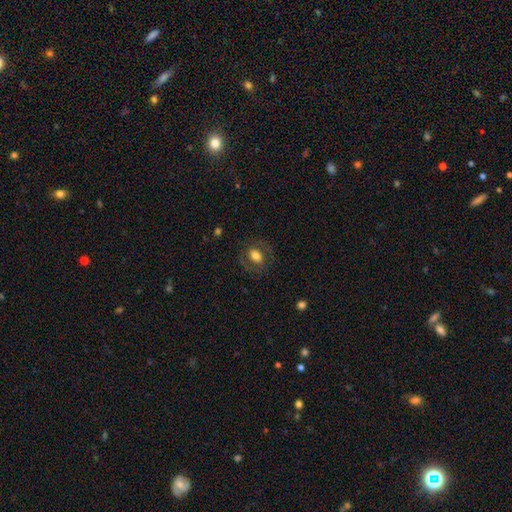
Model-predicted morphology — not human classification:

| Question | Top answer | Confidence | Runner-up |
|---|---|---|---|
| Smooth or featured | smooth | 67% | featured or disk (24%) |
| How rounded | in between | 73% | round (25%) |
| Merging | none | 76% | minor disturbance (14%) |